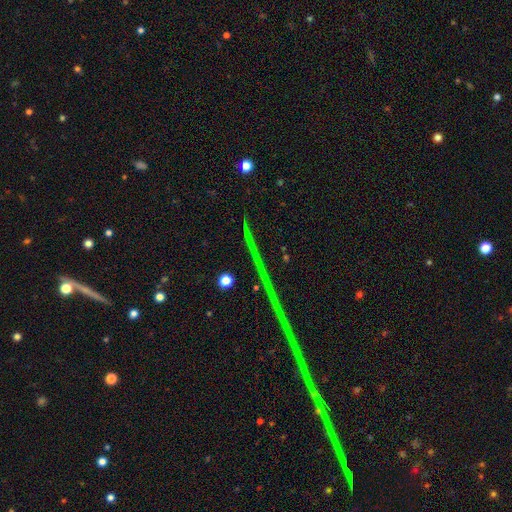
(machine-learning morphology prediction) Smooth or featured: star or artifact — 87% (featured or disk — 7%)